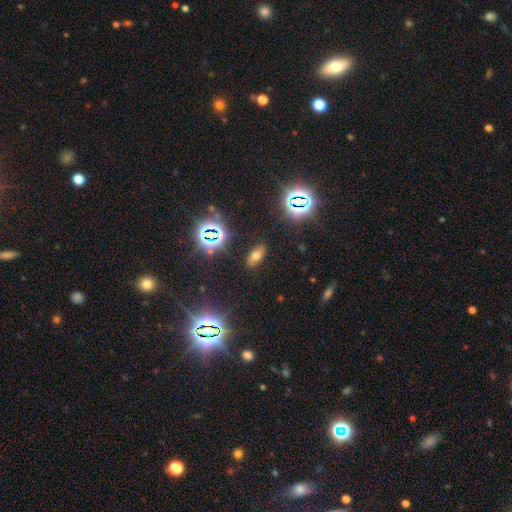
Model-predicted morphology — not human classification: The model was most divided on "smooth or featured": smooth: 52%, star or artifact: 33%, featured or disk: 15%. More confident: merging — none (86%); how rounded — in between (84%).